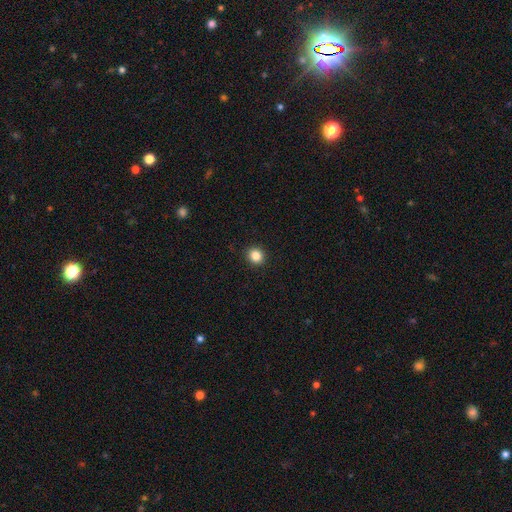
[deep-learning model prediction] Smooth or featured: smooth — 85% (star or artifact — 11%)
How rounded: round — 88% (in between — 11%)
Merging: none — 93% (minor disturbance — 5%)